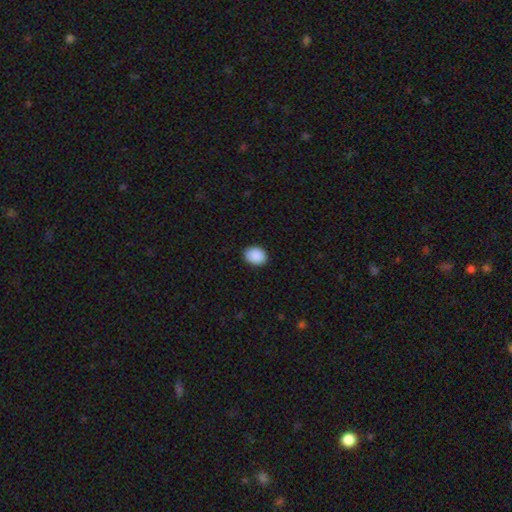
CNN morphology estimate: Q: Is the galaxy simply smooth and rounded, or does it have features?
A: smooth — 91%.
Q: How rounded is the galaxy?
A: in between — 62%.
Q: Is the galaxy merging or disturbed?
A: none — 89%.